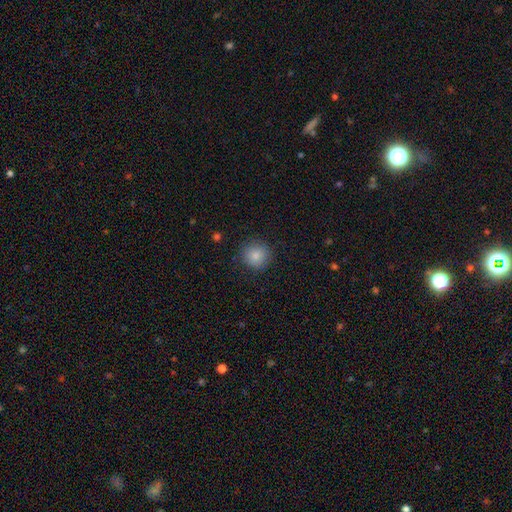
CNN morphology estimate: This is clearly a smooth galaxy (85%). How rounded: clearly round (92%). Merging: clearly none (87%).